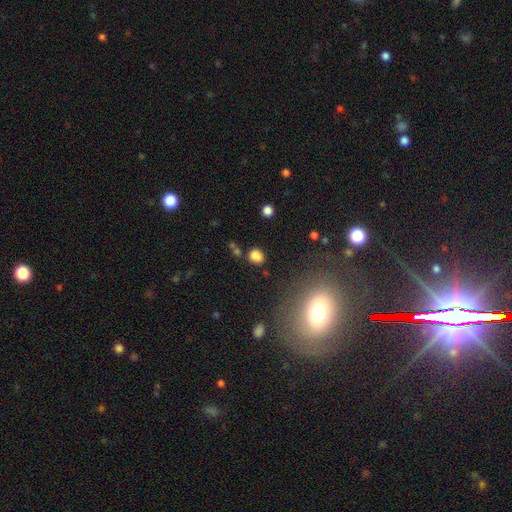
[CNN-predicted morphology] Overall: smooth (79%). How rounded: round (59%; in between 40%). Merging: none (72%).